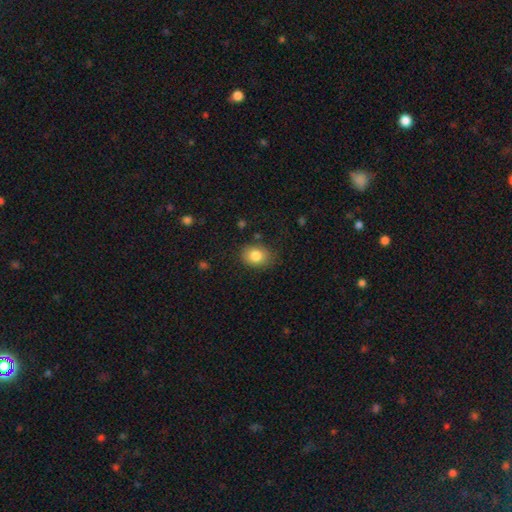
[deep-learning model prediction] Overall: smooth (83%). How rounded: in between (56%; round 43%). Merging: none (78%).